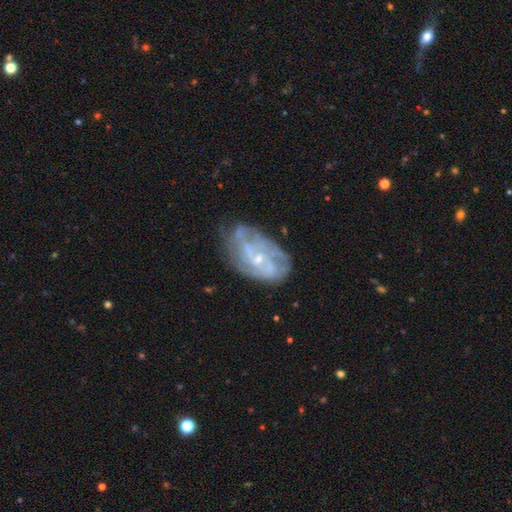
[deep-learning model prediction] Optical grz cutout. It shows a featured or disk galaxy (70%) with no bar (62%), tight (54%) spiral arms (79%) and a small central bulge (67%). Merging: none (66%).